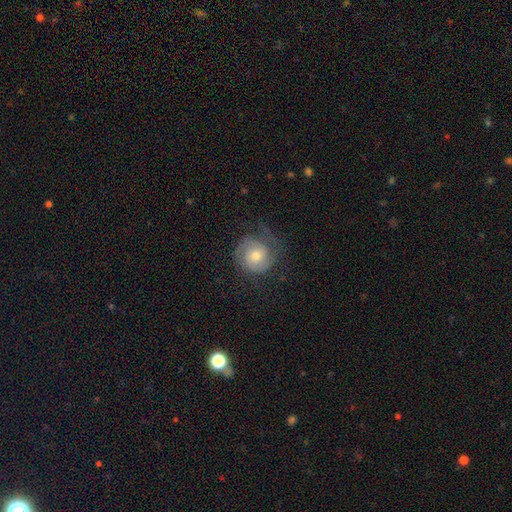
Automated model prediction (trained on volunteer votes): Smooth or featured? Predicted: featured or disk (p=0.62). Edge-on disk? Predicted: no (p=0.97). Bar? Predicted: no (p=0.74). Spiral arms? Predicted: yes (p=0.89). Spiral winding? Predicted: tight (p=0.50). Spiral arm count? Predicted: 2 (p=0.52). Bulge size? Predicted: moderate (p=0.59). Merging? Predicted: none (p=0.63).